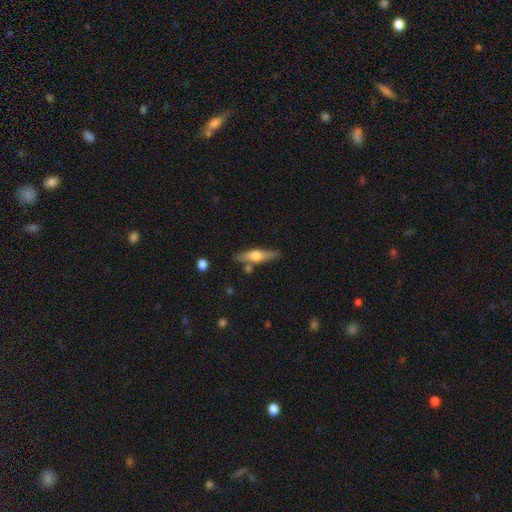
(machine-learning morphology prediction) Q: Smooth or featured?
A: featured or disk (54%); runner-up: smooth (40%)
Q: Edge-on disk?
A: yes (93%); runner-up: no (7%)
Q: Edge-on bulge?
A: rounded (91%); runner-up: boxy (6%)
Q: Merging?
A: none (78%); runner-up: minor disturbance (12%)